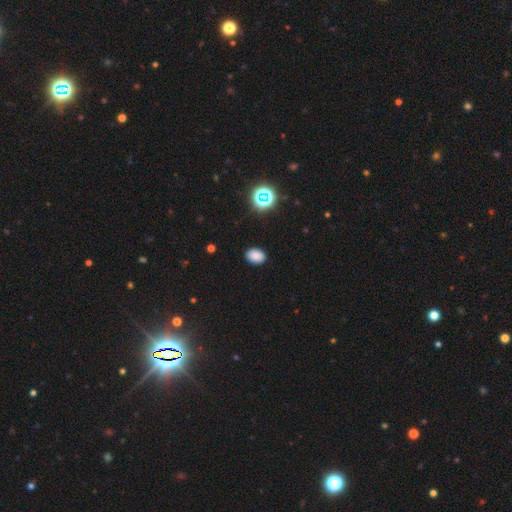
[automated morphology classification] smooth_or_featured: smooth (p=0.83) [alt: star or artifact p=0.13]
how_rounded: in between (p=0.78) [alt: round p=0.21]
merging: none (p=0.88) [alt: minor disturbance p=0.08]